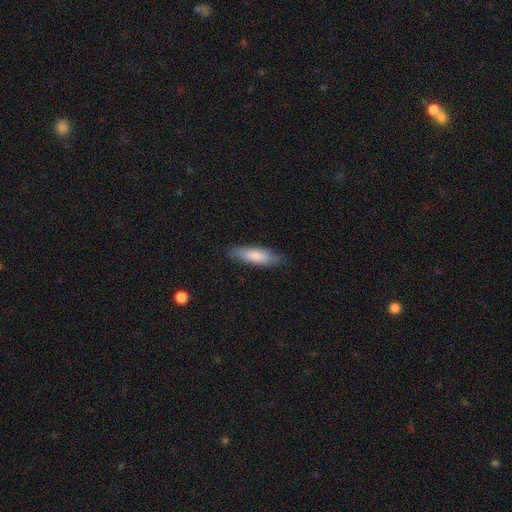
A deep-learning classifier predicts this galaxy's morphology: Smooth or featured? Predicted: smooth (p=0.82). How rounded? Predicted: cigar-shaped (p=0.55). Merging? Predicted: none (p=0.84).